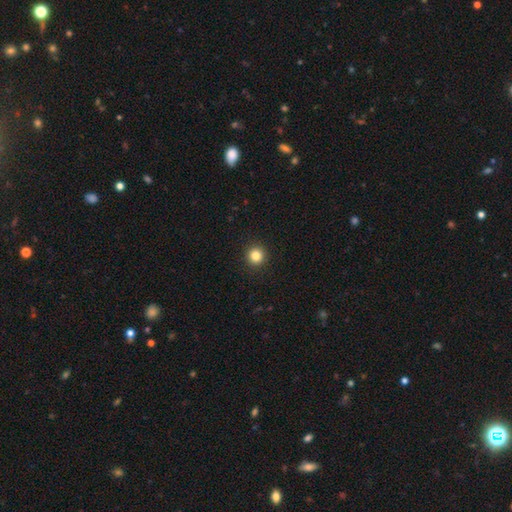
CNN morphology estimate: smooth_or_featured: smooth (p=0.83) [alt: star or artifact p=0.12]
how_rounded: round (p=0.95) [alt: in between p=0.04]
merging: none (p=0.93) [alt: minor disturbance p=0.04]